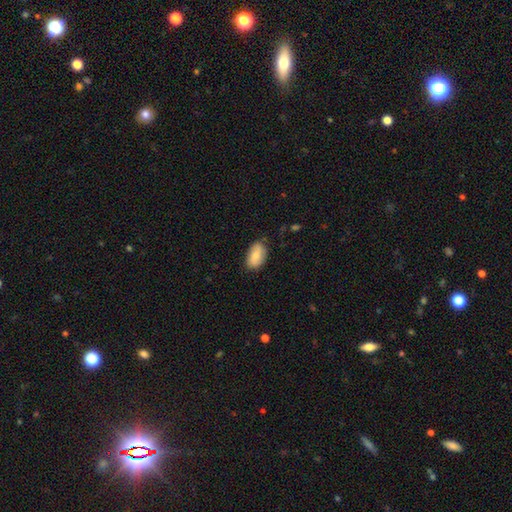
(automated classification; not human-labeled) This is clearly a smooth galaxy (82%). How rounded: clearly in between (93%). Merging: likely none (75%).